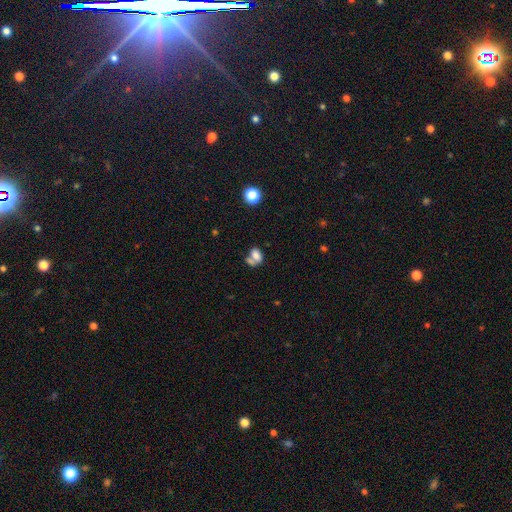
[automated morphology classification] The model was most divided on "merging": merger: 52%, none: 29%, minor disturbance: 11%, major disturbance: 8%. More confident: how rounded — in between (78%); smooth or featured — smooth (75%).